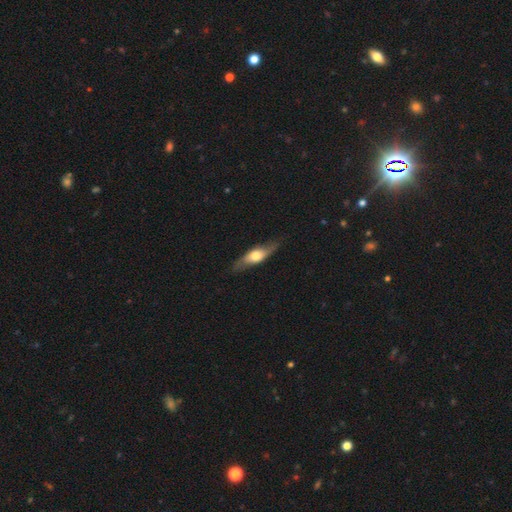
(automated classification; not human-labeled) Smooth or featured? featured or disk (50%)
Edge-on disk? yes (66%)
Merging? none (81%)